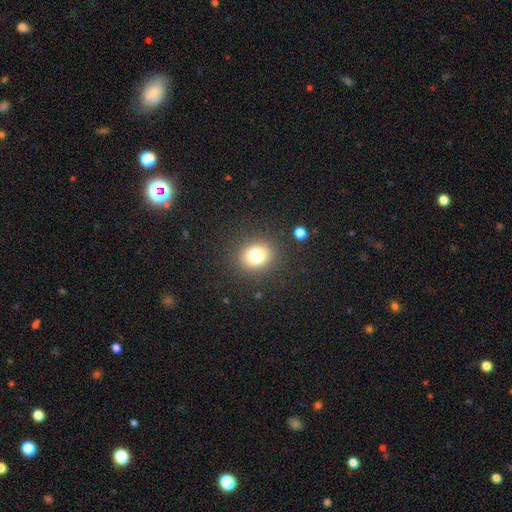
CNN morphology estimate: Smooth or featured? smooth (77%)
How rounded? round (71%)
Merging? none (87%)